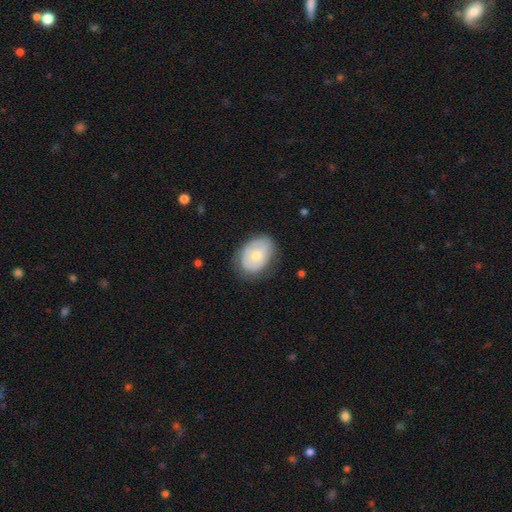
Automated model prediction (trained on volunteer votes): A smooth galaxy with no disk features (60%) that is in between round and cigar-shaped (77%).

Vote fractions:
- Smooth or featured? smooth: 60% / featured or disk: 34% / star or artifact: 6%
- How rounded? in between: 77% / round: 22% / cigar-shaped: 1%
- Merging? none: 71% / minor disturbance: 22% / major disturbance: 6% / merger: 1%